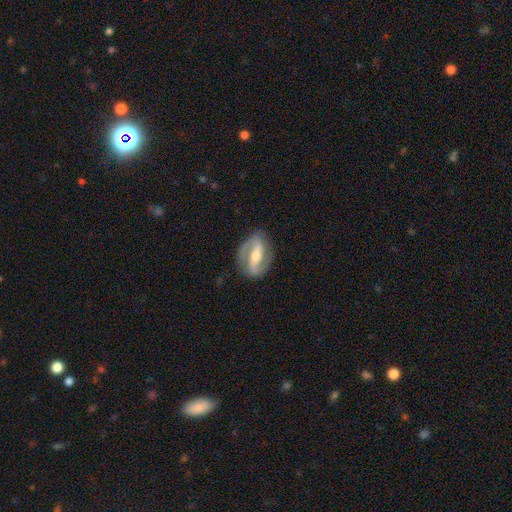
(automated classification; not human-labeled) smooth_or_featured: featured or disk (p=0.84) [alt: smooth p=0.11]
disk_edge_on: no (p=0.93) [alt: yes p=0.07]
bar: strong (p=0.65) [alt: weak p=0.23]
has_spiral_arms: yes (p=0.88) [alt: no p=0.12]
spiral_winding: medium (p=0.44) [alt: tight p=0.31]
spiral_arm_count: 2 (p=0.88) [alt: can't tell p=0.05]
bulge_size: moderate (p=0.63) [alt: small p=0.30]
merging: none (p=0.82) [alt: minor disturbance p=0.12]